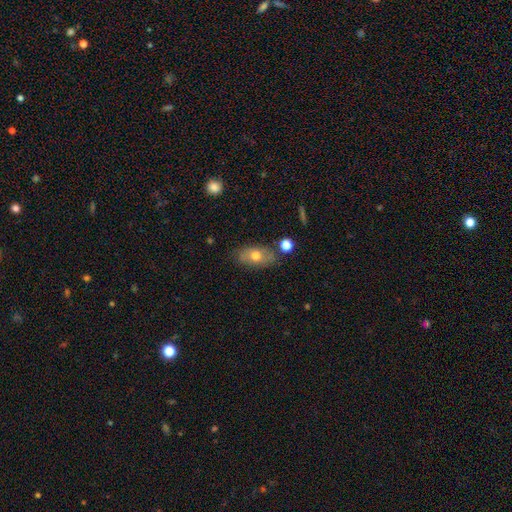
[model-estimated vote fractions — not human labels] This is likely a smooth galaxy (65%). How rounded: clearly in between (86%). Merging: likely none (74%).